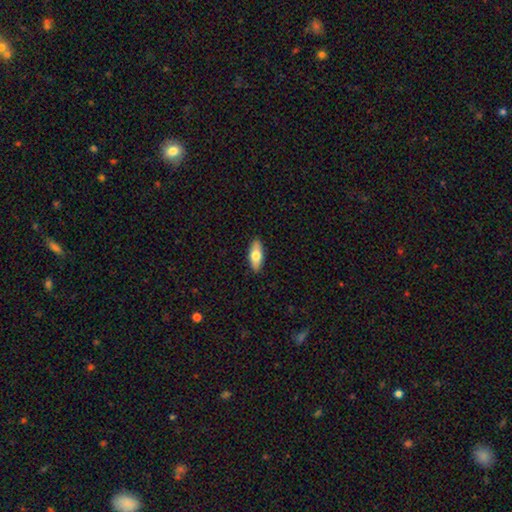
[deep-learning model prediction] This appears to be a smooth galaxy with no disk features (71%) that is in between round and cigar-shaped (79%). Merging: none (89%).